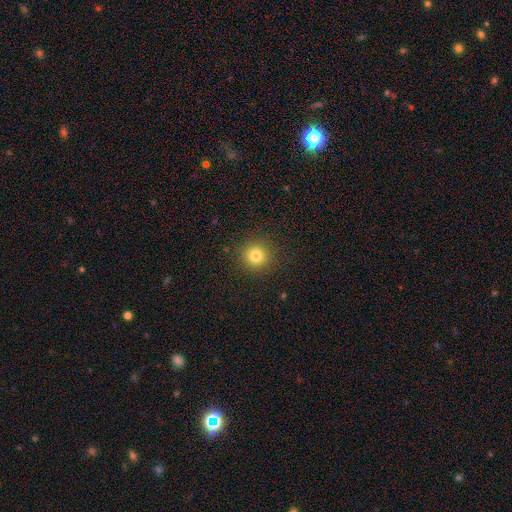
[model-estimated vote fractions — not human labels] This appears to be a smooth galaxy with no disk features (80%) that is round (94%). Merging: none (90%).